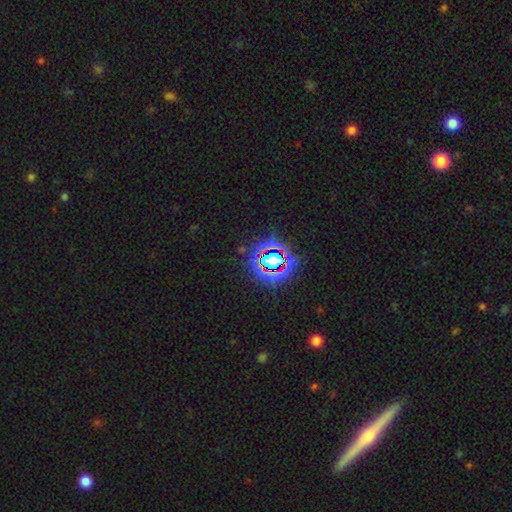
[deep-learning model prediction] star or artifact 74%, smooth 14%, featured or disk 12%.